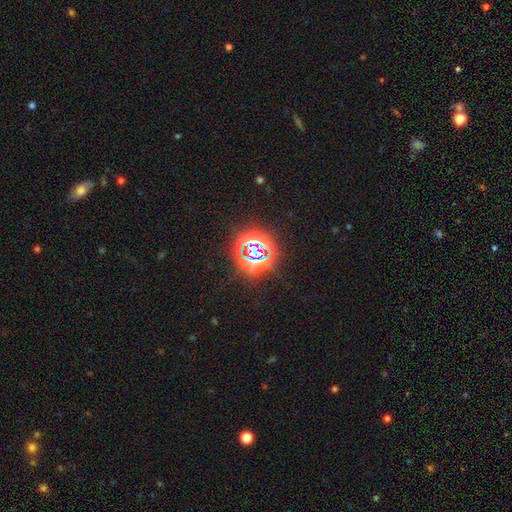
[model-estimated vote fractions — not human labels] Smooth or featured? Predicted: star or artifact (p=0.75).